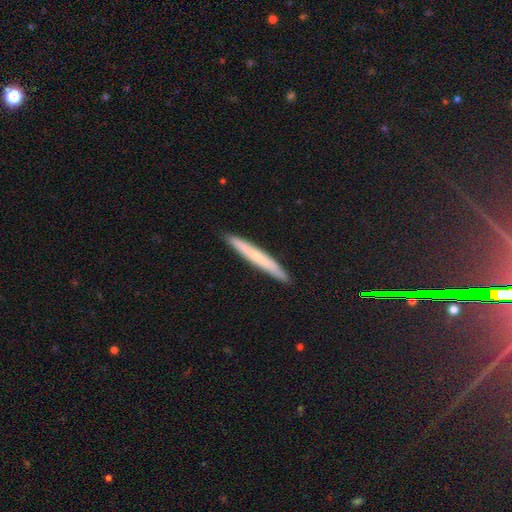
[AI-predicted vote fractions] Overall: smooth (52%; featured or disk 41%). How rounded: cigar-shaped (96%). Merging: none (91%).